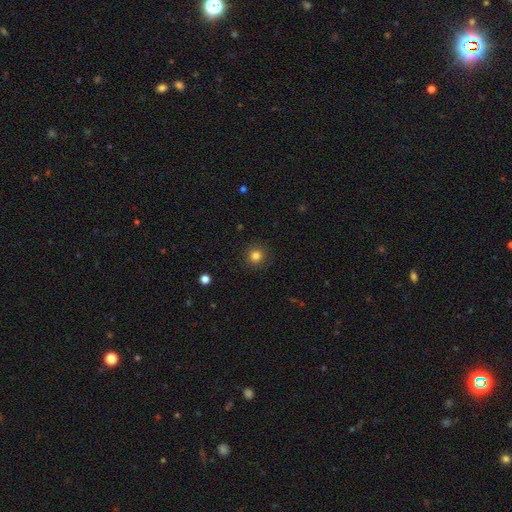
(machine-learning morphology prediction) Smooth or featured: smooth — 83% (star or artifact — 12%)
How rounded: round — 93% (in between — 6%)
Merging: none — 90% (minor disturbance — 7%)